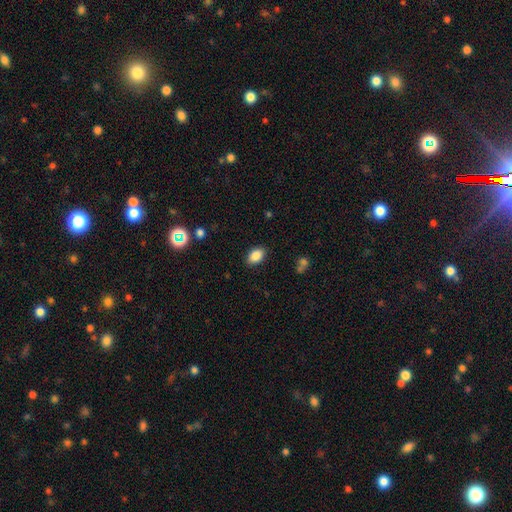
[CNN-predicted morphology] Overall: smooth (85%). How rounded: in between (89%). Merging: none (86%).